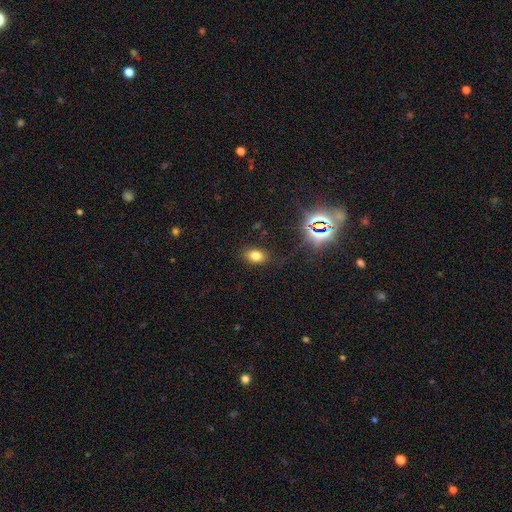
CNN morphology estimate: Overall: smooth (75%). How rounded: in between (79%). Merging: none (83%).